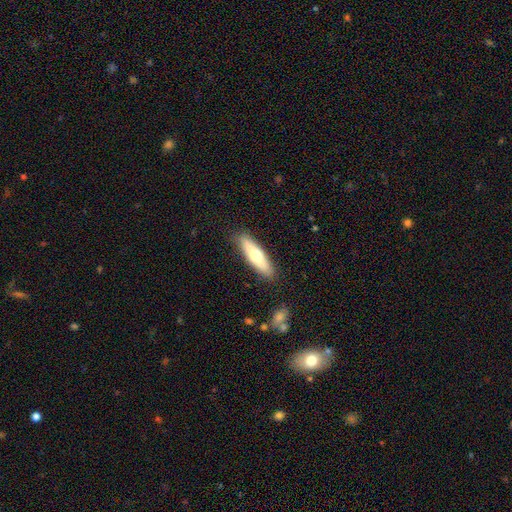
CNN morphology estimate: The model was most divided on "smooth or featured": smooth: 62%, featured or disk: 32%, star or artifact: 5%. More confident: merging — none (88%); how rounded — cigar-shaped (66%).